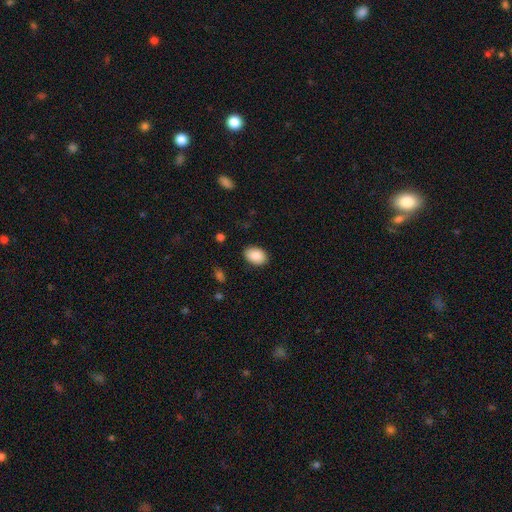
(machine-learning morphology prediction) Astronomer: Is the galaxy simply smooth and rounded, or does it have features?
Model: smooth — 87%.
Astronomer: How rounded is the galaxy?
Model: in between — 85%.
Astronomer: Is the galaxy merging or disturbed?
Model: none — 87%.